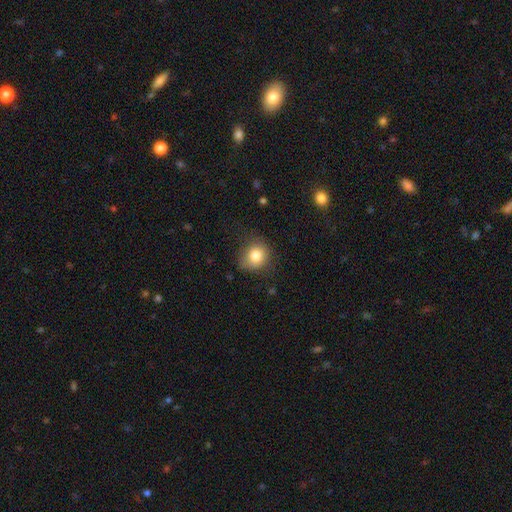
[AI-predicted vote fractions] smooth_or_featured: smooth (p=0.81) [alt: star or artifact p=0.10]
how_rounded: round (p=0.75) [alt: in between p=0.24]
merging: none (p=0.70) [alt: minor disturbance p=0.22]